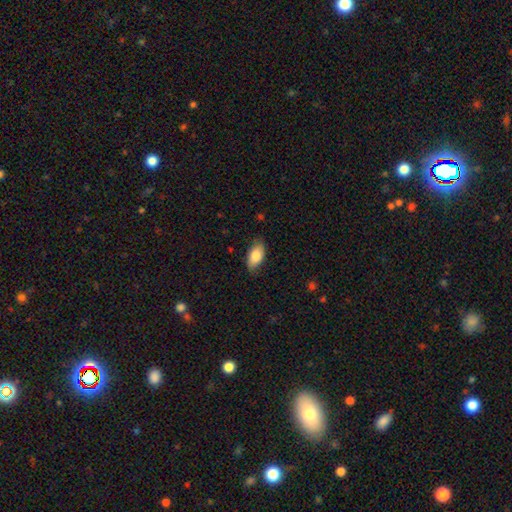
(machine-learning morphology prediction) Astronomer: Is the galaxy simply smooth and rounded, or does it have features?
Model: smooth — 83%.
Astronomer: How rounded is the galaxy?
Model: in between — 92%.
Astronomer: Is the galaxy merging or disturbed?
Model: none — 79%.